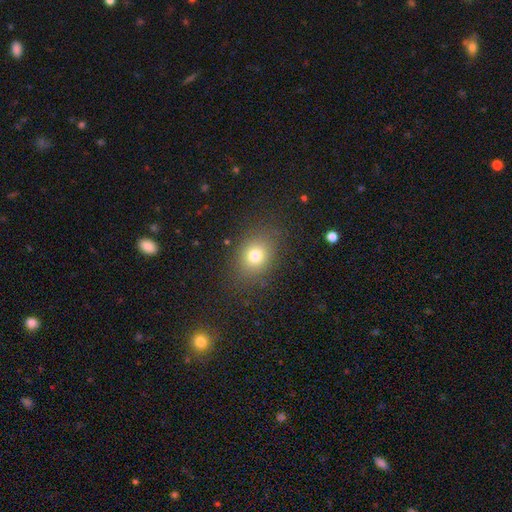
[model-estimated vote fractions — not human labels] Q: Smooth or featured?
A: smooth (70%); runner-up: star or artifact (22%)
Q: How rounded?
A: in between (55%); runner-up: round (43%)
Q: Merging?
A: none (88%); runner-up: minor disturbance (8%)